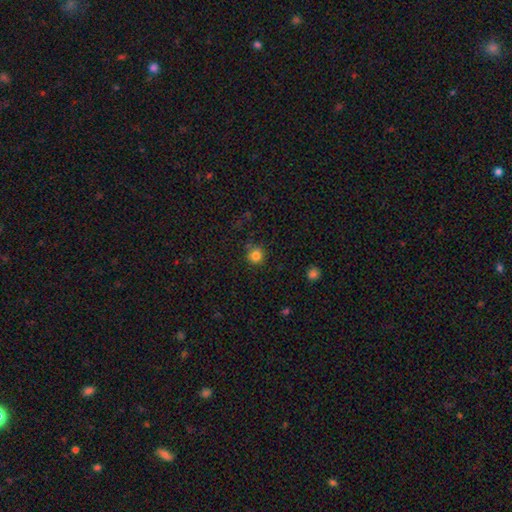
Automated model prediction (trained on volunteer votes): smooth 82%, star or artifact 13%, featured or disk 5%. Down the decision tree: how rounded — round (92%); merging — none (83%).